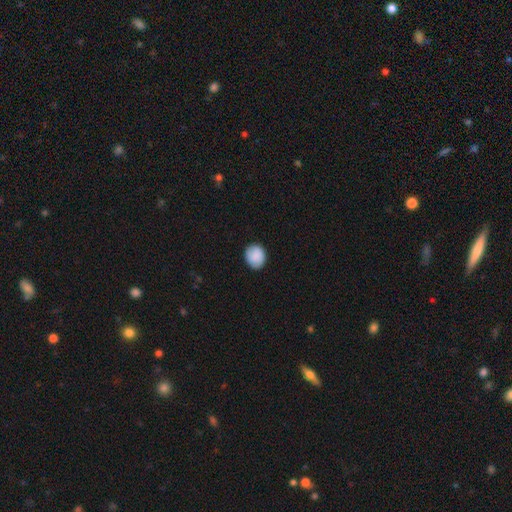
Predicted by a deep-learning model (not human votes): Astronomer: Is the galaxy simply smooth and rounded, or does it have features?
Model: smooth — 86%.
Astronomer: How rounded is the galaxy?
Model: round — 62%.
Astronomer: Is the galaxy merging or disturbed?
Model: none — 83%.